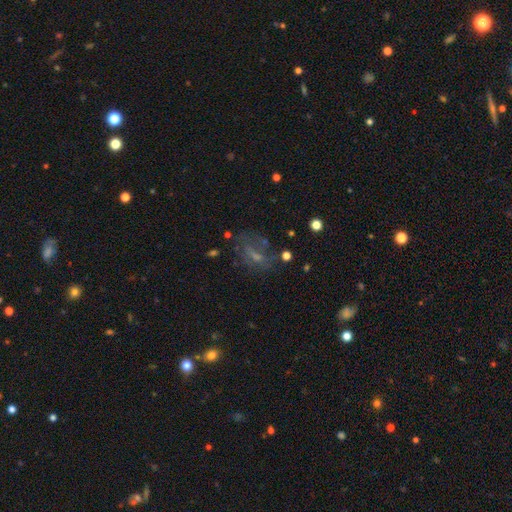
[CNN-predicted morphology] Smooth or featured? featured or disk (43%)
Merging? none (48%)